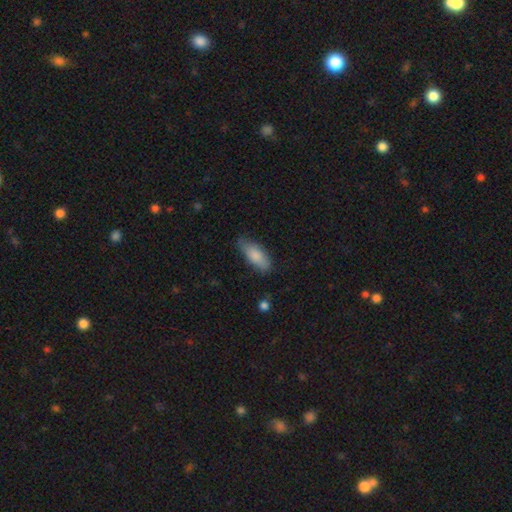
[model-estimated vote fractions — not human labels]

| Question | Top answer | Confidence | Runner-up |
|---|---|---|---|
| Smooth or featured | smooth | 83% | featured or disk (11%) |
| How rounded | in between | 78% | cigar-shaped (20%) |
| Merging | none | 71% | minor disturbance (23%) |